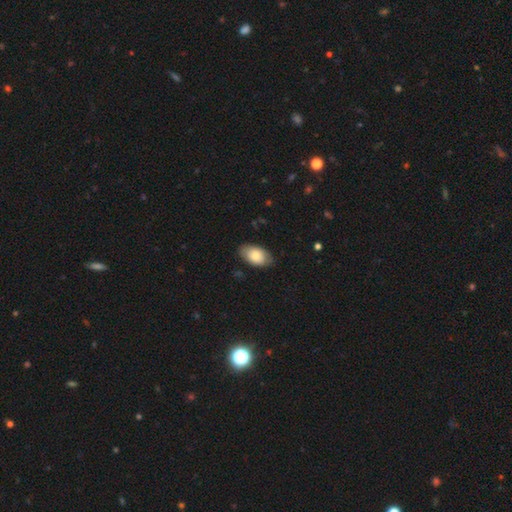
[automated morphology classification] Smooth or featured?
  - smooth: 80% *
  - featured or disk: 14%
  - star or artifact: 6%
How rounded?
  - in between: 93% *
  - round: 6%
  - cigar-shaped: 1%
Merging?
  - none: 80% *
  - minor disturbance: 16%
  - major disturbance: 3%
  - merger: 1%